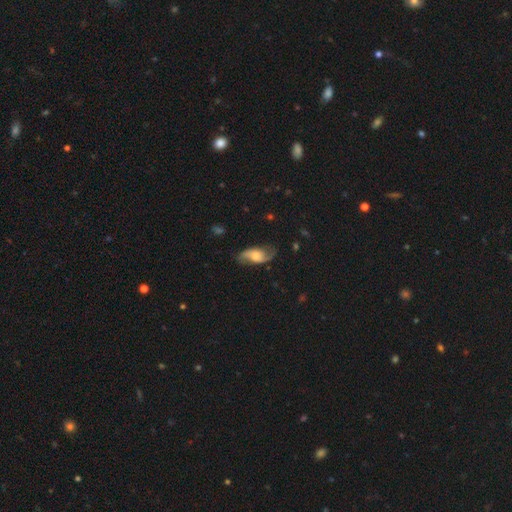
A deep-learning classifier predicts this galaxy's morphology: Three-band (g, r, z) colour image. It shows a featured or disk galaxy (75%) with no bar (57%), 2 (91%) loose (63%) spiral arms (94%) and a moderate central bulge (37%). Merging: none (74%).